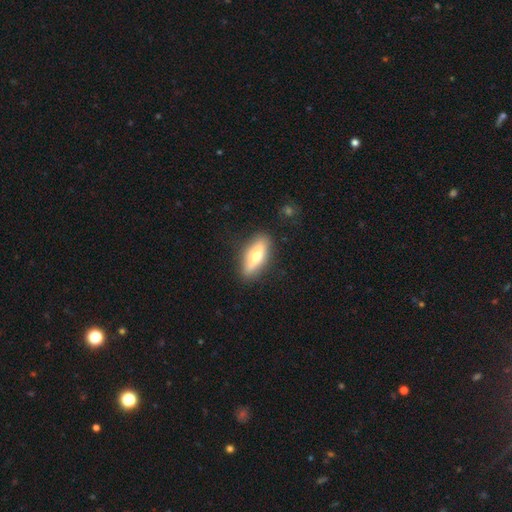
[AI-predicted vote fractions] Q: Smooth or featured?
A: smooth (49%); runner-up: featured or disk (45%)
Q: Merging?
A: none (87%); runner-up: minor disturbance (9%)